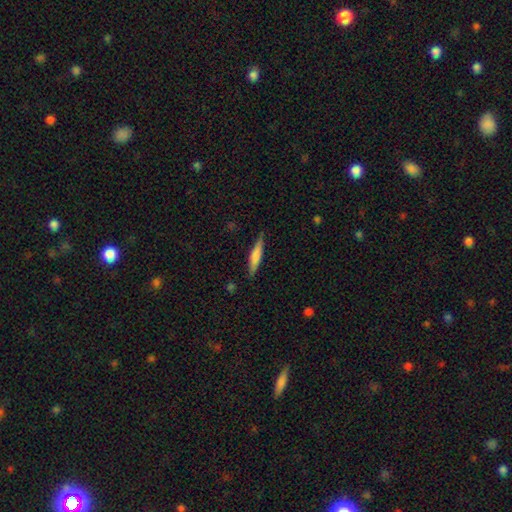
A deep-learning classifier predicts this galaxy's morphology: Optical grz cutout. It shows a smooth galaxy with no disk features (65%) that is cigar-shaped (87%). Merging: none (85%).